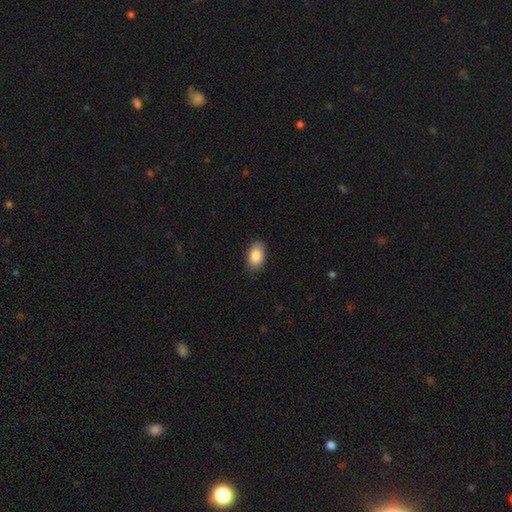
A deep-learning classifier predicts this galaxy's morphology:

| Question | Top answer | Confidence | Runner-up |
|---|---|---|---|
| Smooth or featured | smooth | 87% | star or artifact (7%) |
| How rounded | in between | 90% | round (8%) |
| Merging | none | 85% | minor disturbance (12%) |